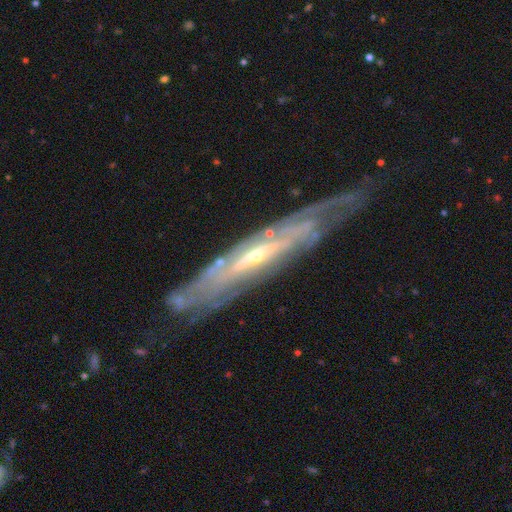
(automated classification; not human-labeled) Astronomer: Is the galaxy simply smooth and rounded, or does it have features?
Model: featured or disk — 86%.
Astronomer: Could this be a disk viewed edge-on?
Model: no — 55% (runner-up: yes, 45%).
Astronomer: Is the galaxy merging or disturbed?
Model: none — 70%.